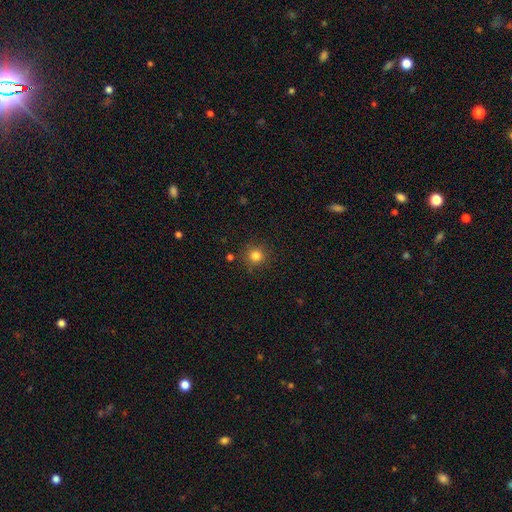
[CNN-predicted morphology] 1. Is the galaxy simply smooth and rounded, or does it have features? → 81% smooth, 13% star or artifact, 5% featured or disk.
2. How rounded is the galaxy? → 94% round, 5% in between, 1% cigar-shaped.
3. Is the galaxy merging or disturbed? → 88% none, 8% minor disturbance, 2% major disturbance, 2% merger.